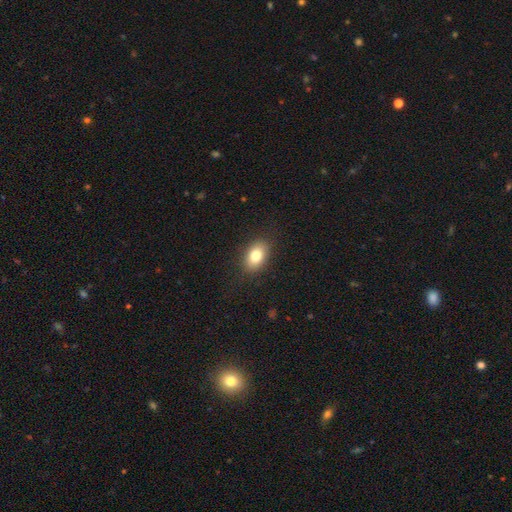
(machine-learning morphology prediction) A smooth galaxy with no disk features (81%) that is in between round and cigar-shaped (85%).

Vote fractions:
- Smooth or featured? smooth: 81% / featured or disk: 10% / star or artifact: 9%
- How rounded? in between: 85% / round: 13% / cigar-shaped: 2%
- Merging? none: 87% / minor disturbance: 9% / major disturbance: 3% / merger: 1%